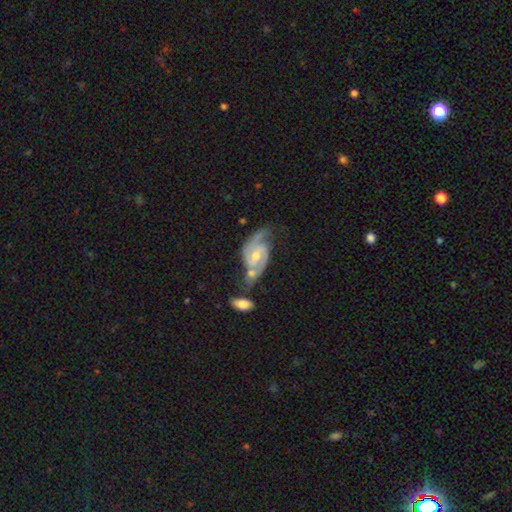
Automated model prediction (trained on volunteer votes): Smooth or featured: featured or disk — 89% (smooth — 6%)
Edge-on disk: no — 97% (yes — 3%)
Bar: weak — 47% (no — 38%)
Spiral arms: yes — 97% (no — 3%)
Spiral winding: medium — 53% (tight — 30%)
Spiral arm count: 2 — 87% (can't tell — 4%)
Bulge size: moderate — 54% (small — 41%)
Merging: none — 47% (merger — 27%)